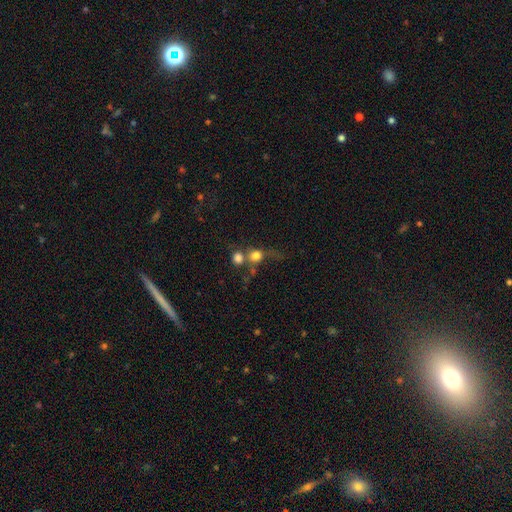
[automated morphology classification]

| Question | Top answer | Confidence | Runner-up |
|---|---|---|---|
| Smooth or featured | smooth | 70% | featured or disk (17%) |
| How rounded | round | 78% | in between (20%) |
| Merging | merger | 49% | none (30%) |